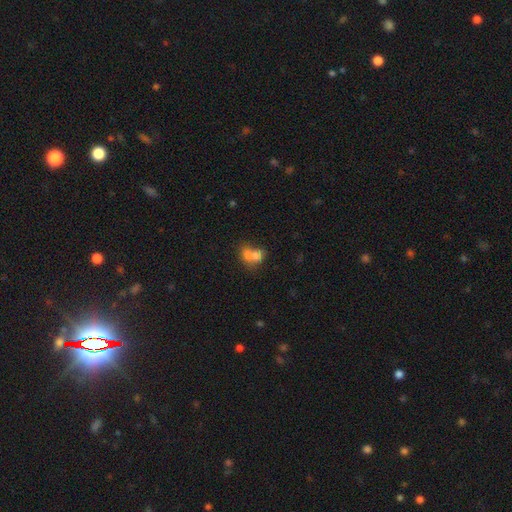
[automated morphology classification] Overall: smooth (69%). How rounded: in between (57%; round 41%). Merging: merger (67%).